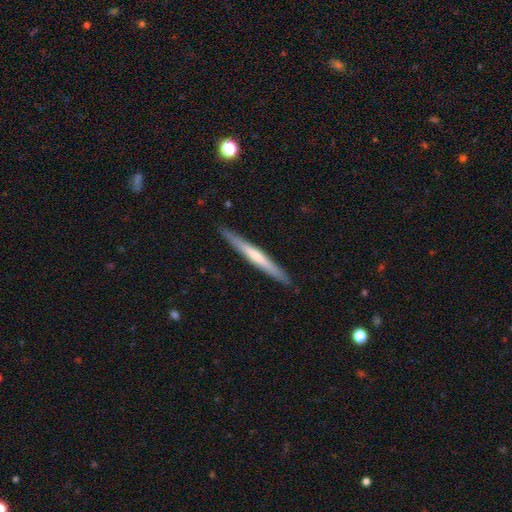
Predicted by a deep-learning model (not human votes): smooth_or_featured: featured or disk (p=0.51) [alt: smooth p=0.44]
disk_edge_on: yes (p=0.96) [alt: no p=0.04]
merging: none (p=0.90) [alt: minor disturbance p=0.07]